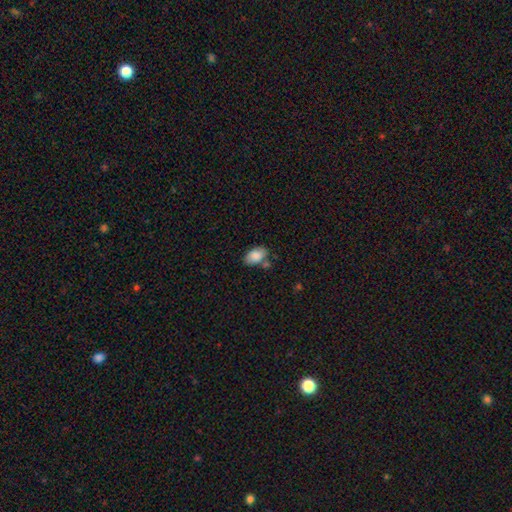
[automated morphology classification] A smooth galaxy with no disk features (85%) that is in between round and cigar-shaped (91%). Merging: none (62%).